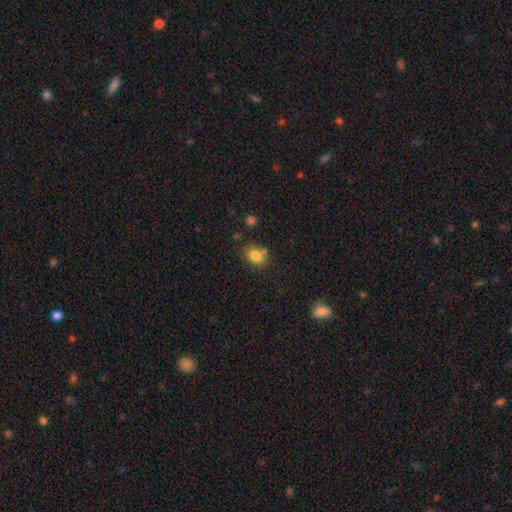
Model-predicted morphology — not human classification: Overall: smooth (83%). How rounded: in between (60%; round 39%). Merging: none (68%).